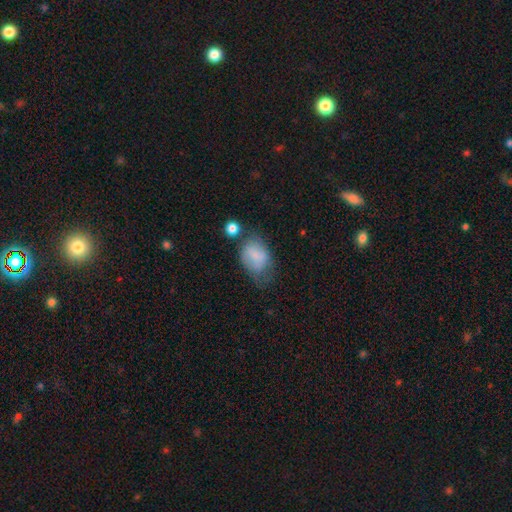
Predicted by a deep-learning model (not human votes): Morphology: type=smooth (72%); roundness=in between (78%); merging=none (40%).